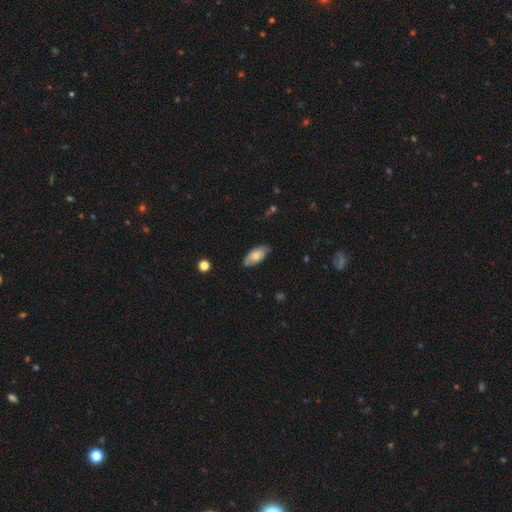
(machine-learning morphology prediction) Overall: smooth (68%). How rounded: in between (91%). Merging: none (76%).